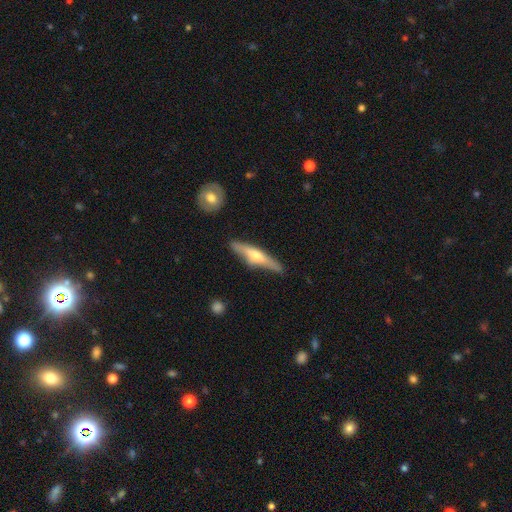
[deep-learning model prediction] Overall: featured or disk (60%; smooth 35%). Edge-on disk: yes (93%). Edge-on bulge: rounded (87%). Merging: none (82%).